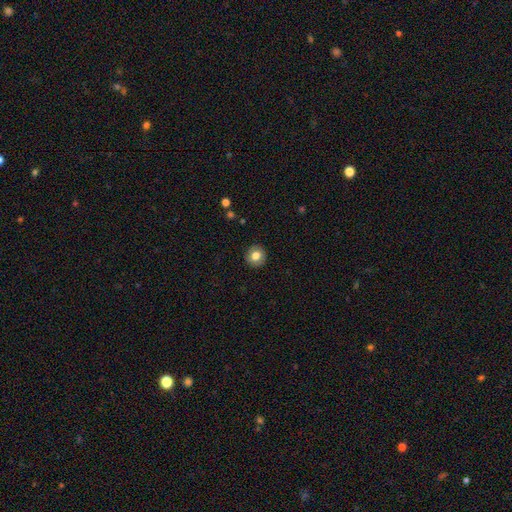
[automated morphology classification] smooth_or_featured: smooth (p=0.77) [alt: featured or disk p=0.14]
how_rounded: round (p=0.93) [alt: in between p=0.07]
merging: none (p=0.91) [alt: minor disturbance p=0.06]